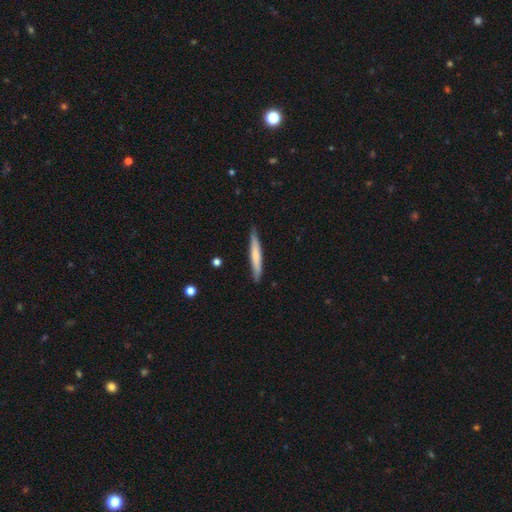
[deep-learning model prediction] smooth-or-featured: smooth: 66% | featured or disk: 29% | star or artifact: 5%
  how-rounded: cigar-shaped: 95% | in between: 4% | round: 1%
  merging: none: 85% | minor disturbance: 12% | major disturbance: 2% | merger: 1%